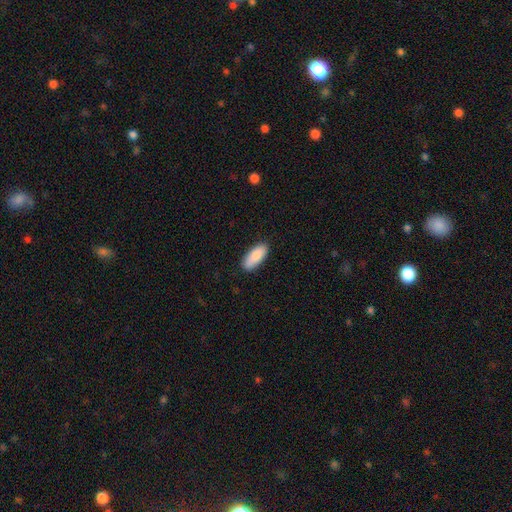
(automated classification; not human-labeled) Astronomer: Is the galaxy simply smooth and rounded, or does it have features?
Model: smooth — 86%.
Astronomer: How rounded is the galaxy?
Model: in between — 84%.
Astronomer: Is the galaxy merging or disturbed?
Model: none — 85%.